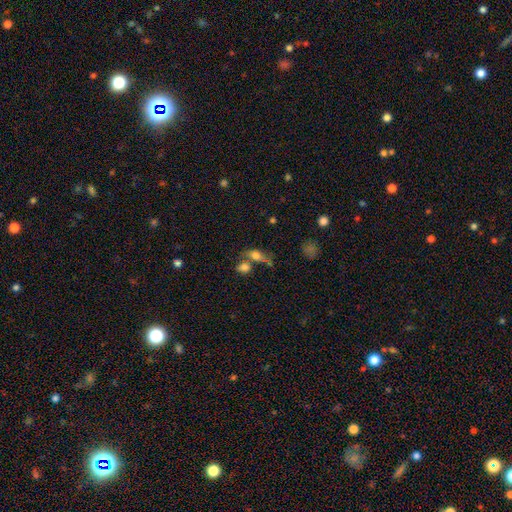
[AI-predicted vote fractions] smooth 65%, featured or disk 22%, star or artifact 13%. Down the decision tree: how rounded — in between (67%); merging — merger (38%).